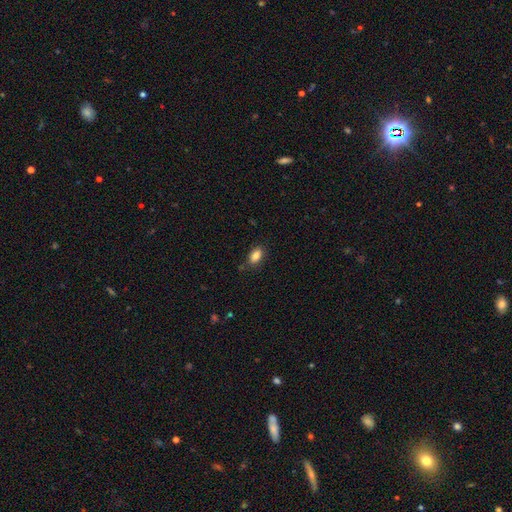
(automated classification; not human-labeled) Q: Smooth or featured?
A: smooth (86%); runner-up: star or artifact (8%)
Q: How rounded?
A: in between (90%); runner-up: round (8%)
Q: Merging?
A: none (81%); runner-up: minor disturbance (14%)